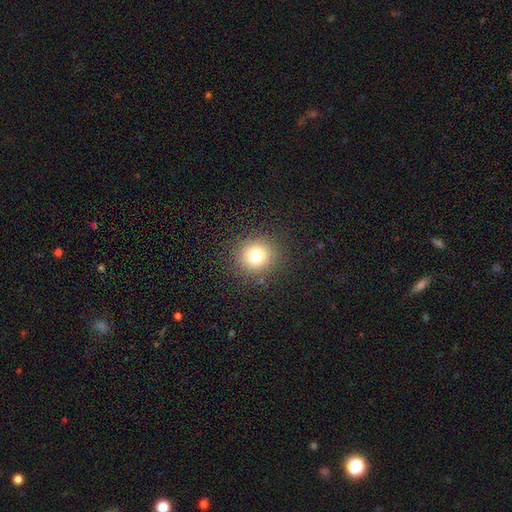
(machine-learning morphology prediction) Smooth or featured? smooth (76%)
How rounded? round (89%)
Merging? none (89%)